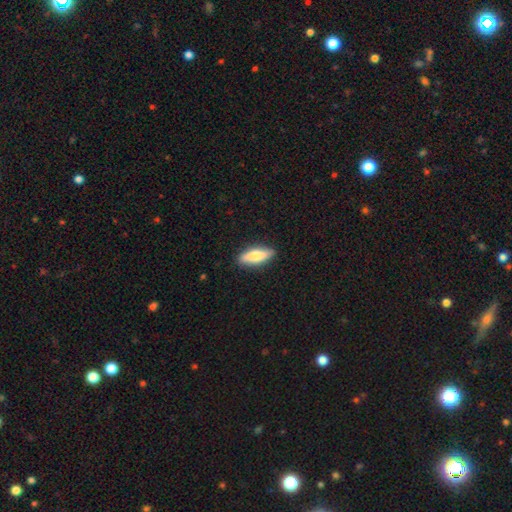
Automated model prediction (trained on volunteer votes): Smooth or featured? Predicted: smooth (p=0.71). How rounded? Predicted: in between (p=0.58). Merging? Predicted: none (p=0.87).